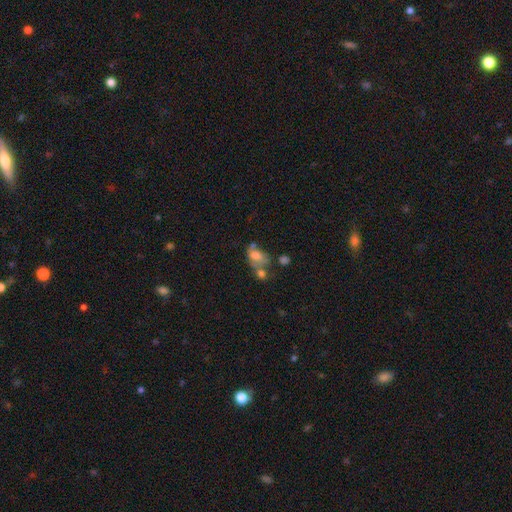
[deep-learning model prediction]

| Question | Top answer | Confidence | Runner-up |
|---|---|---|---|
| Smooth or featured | smooth | 63% | featured or disk (25%) |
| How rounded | in between | 77% | round (21%) |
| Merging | merger | 43% | none (27%) |